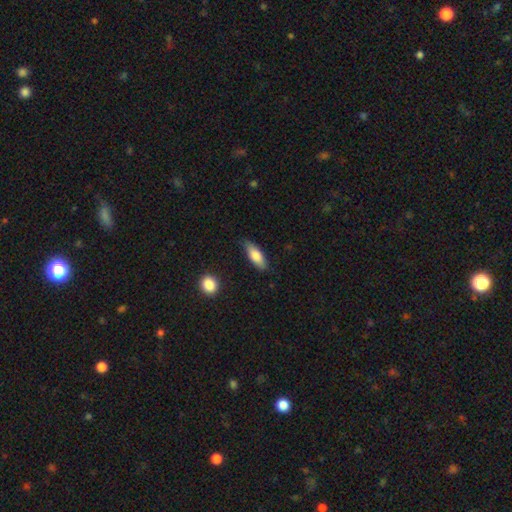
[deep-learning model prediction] smooth 77%, featured or disk 17%, star or artifact 6%. Down the decision tree: how rounded — in between (69%); merging — none (78%).